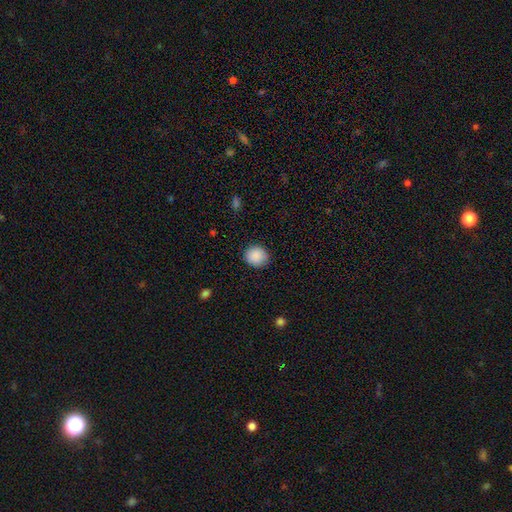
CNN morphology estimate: Overall: smooth (89%). How rounded: round (84%). Merging: none (89%).